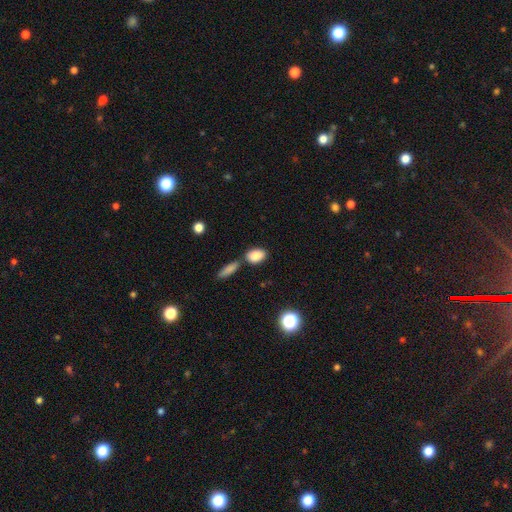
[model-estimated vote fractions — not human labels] Smooth or featured? Predicted: smooth (p=0.85). How rounded? Predicted: in between (p=0.87). Merging? Predicted: none (p=0.67).